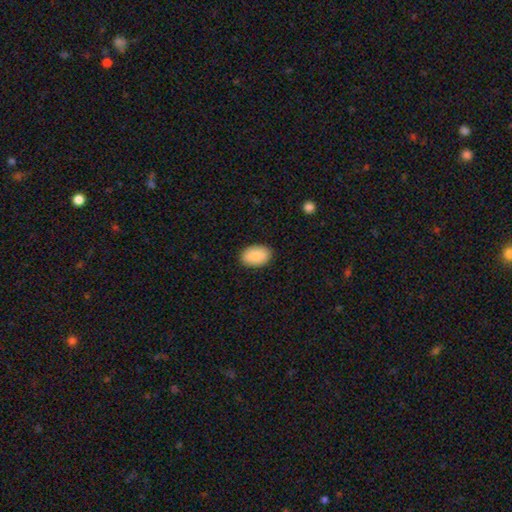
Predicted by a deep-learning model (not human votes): Smooth or featured: smooth — 90% (star or artifact — 6%)
How rounded: in between — 90% (round — 8%)
Merging: none — 88% (minor disturbance — 9%)